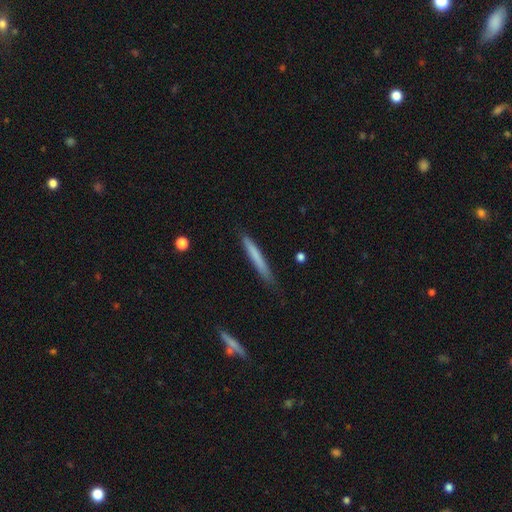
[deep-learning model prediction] smooth_or_featured: smooth (p=0.70) [alt: featured or disk p=0.24]
how_rounded: cigar-shaped (p=0.96) [alt: in between p=0.03]
merging: none (p=0.82) [alt: minor disturbance p=0.14]